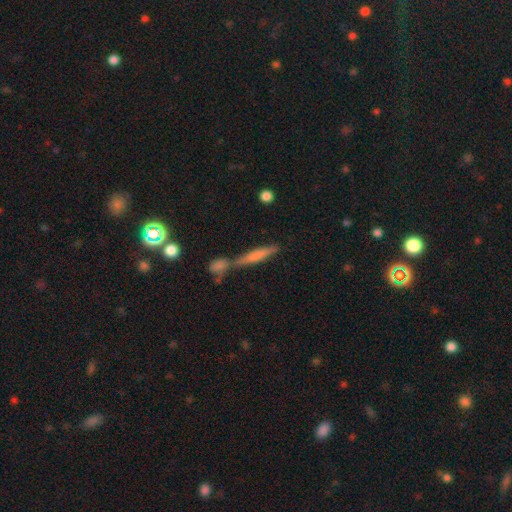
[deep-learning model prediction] This appears to be a smooth galaxy with no disk features (56%) that is cigar-shaped (88%). Merging: none (54%).